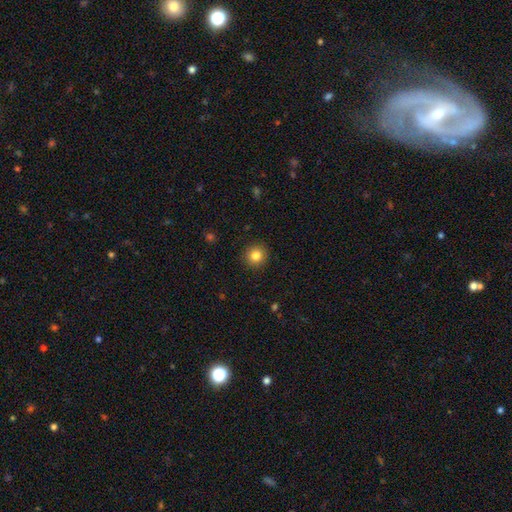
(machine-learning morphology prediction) This appears to be a smooth galaxy with no disk features (83%) that is round (93%). Merging: none (92%).